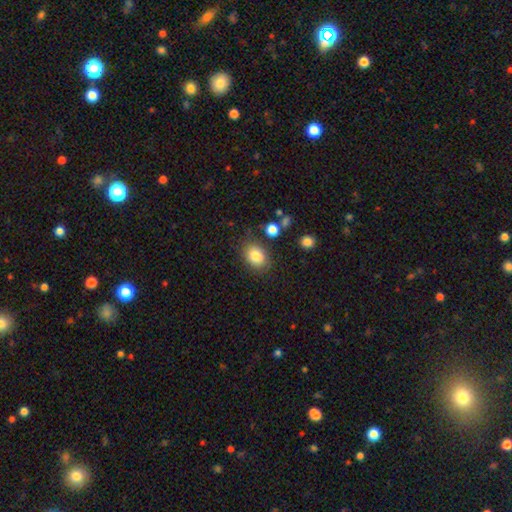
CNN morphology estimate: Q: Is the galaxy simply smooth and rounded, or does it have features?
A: smooth — 83%.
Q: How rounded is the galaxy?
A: in between — 58%.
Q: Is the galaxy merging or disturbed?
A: none — 76%.